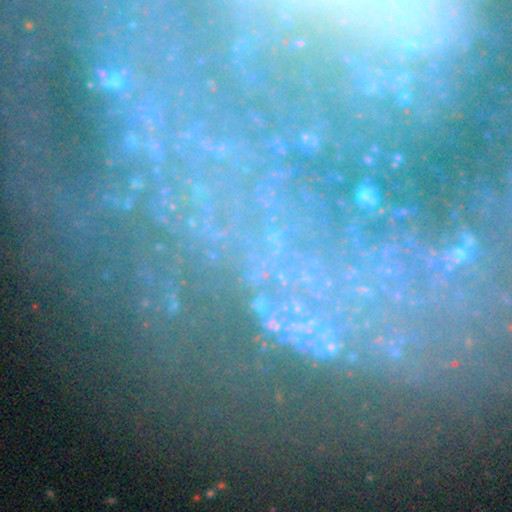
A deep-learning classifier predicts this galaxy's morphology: smooth_or_featured: star or artifact (p=0.56) [alt: featured or disk p=0.29]